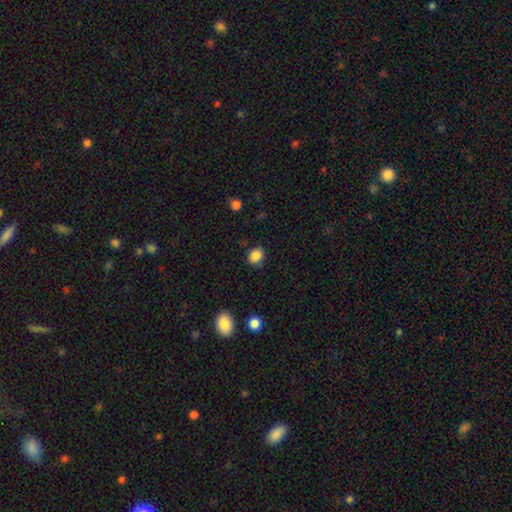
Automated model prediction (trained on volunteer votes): Smooth or featured? smooth (87%)
How rounded? round (63%)
Merging? none (86%)